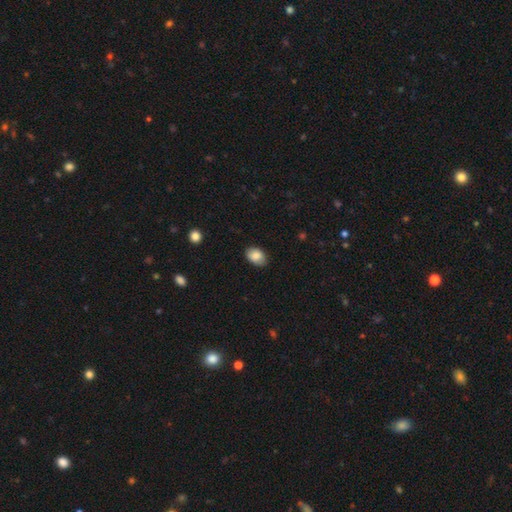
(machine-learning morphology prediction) This is clearly a smooth galaxy (86%). How rounded: clearly in between (84%). Merging: clearly none (84%).